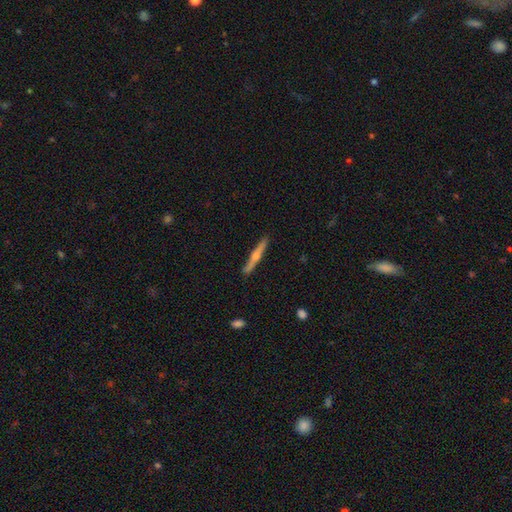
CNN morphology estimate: Smooth or featured?
  - featured or disk: 68% *
  - smooth: 25%
  - star or artifact: 7%
Edge-on disk?
  - yes: 97% *
  - no: 3%
Edge-on bulge?
  - rounded: 81% *
  - none: 14%
  - boxy: 5%
Merging?
  - none: 88% *
  - minor disturbance: 9%
  - major disturbance: 2%
  - merger: 2%